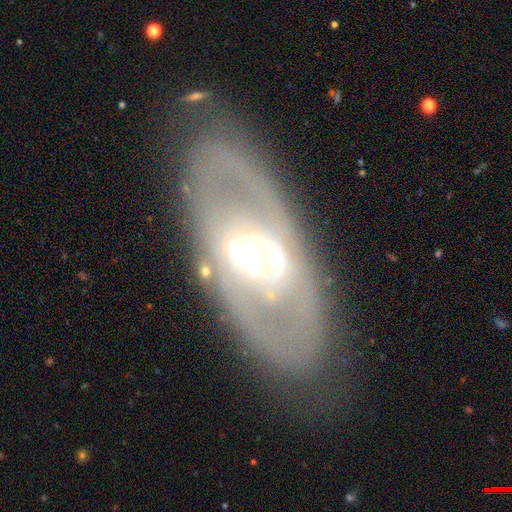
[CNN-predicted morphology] A featured or disk galaxy (75%) with a weak bar (37%), no spiral arms (50%, tied with yes) and a moderate central bulge (61%). Merging: none (79%).